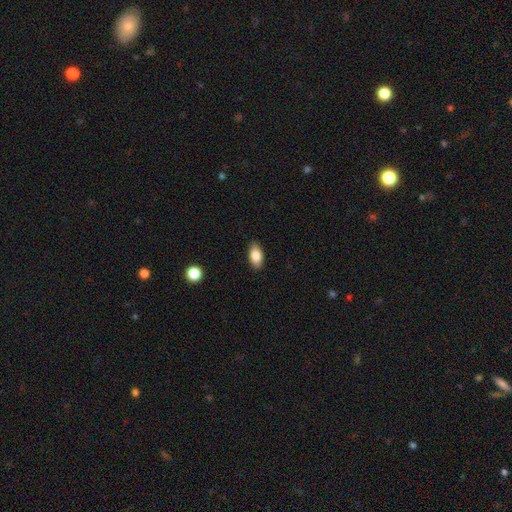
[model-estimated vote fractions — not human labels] A smooth galaxy with no disk features (83%) that is in between round and cigar-shaped (91%).

Vote fractions:
- Smooth or featured? smooth: 83% / featured or disk: 9% / star or artifact: 7%
- How rounded? in between: 91% / cigar-shaped: 5% / round: 4%
- Merging? none: 88% / minor disturbance: 9% / major disturbance: 2% / merger: 1%